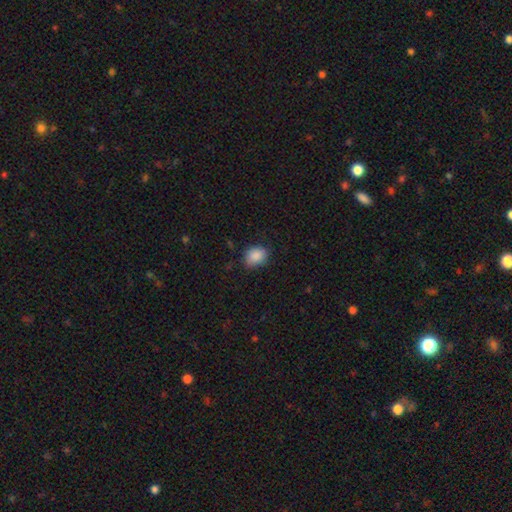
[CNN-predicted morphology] smooth 88%, star or artifact 8%, featured or disk 4%. Down the decision tree: how rounded — in between (55%); merging — none (74%).